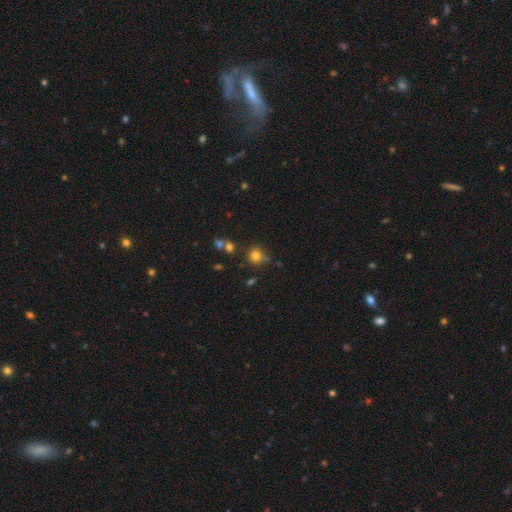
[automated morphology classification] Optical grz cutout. It shows a smooth galaxy with no disk features (78%) that is round (84%). Merging: none (64%).